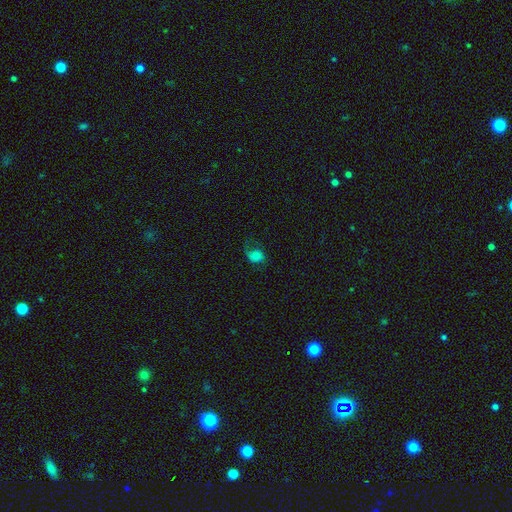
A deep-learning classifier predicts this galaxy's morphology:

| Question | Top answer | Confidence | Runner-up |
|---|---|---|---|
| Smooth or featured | smooth | 53% | featured or disk (36%) |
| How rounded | in between | 51% | round (48%) |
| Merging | none | 49% | major disturbance (25%) |